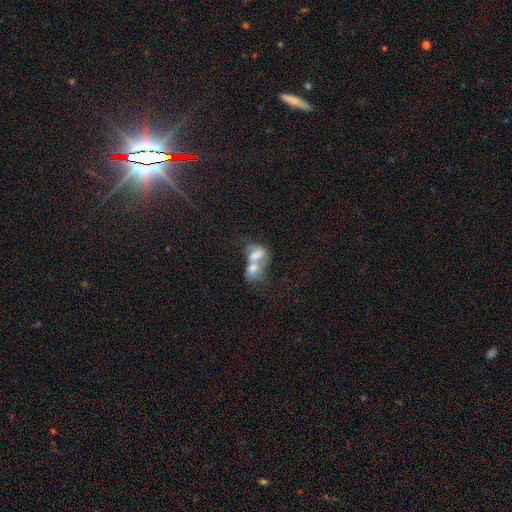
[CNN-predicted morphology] smooth_or_featured: smooth (p=0.55) [alt: featured or disk p=0.35]
how_rounded: in between (p=0.76) [alt: round p=0.22]
merging: merger (p=0.78) [alt: none p=0.10]